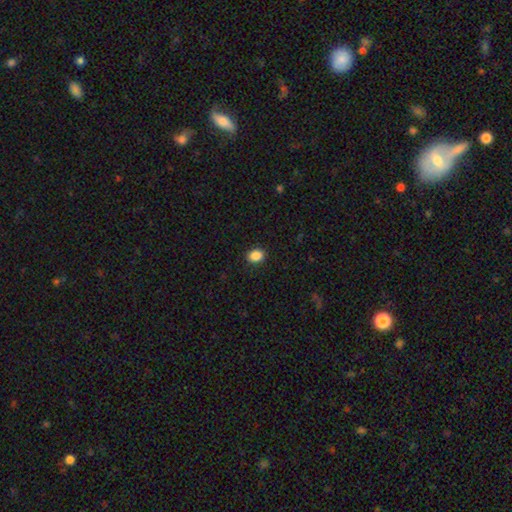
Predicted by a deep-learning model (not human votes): Smooth or featured? smooth (88%)
How rounded? in between (59%)
Merging? none (90%)